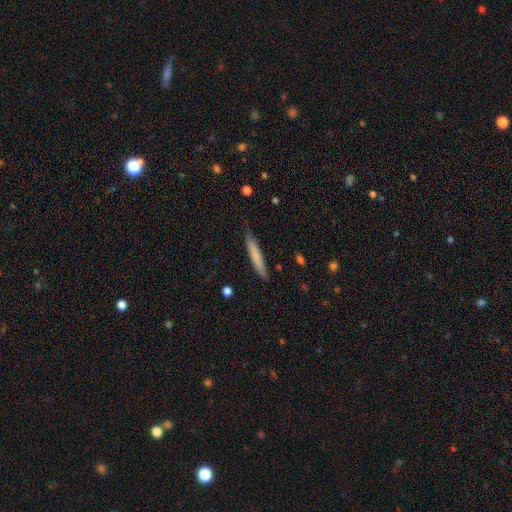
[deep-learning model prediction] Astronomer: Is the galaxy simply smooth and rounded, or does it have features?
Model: smooth — 74%.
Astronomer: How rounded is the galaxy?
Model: cigar-shaped — 93%.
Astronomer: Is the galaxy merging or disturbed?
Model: none — 80%.